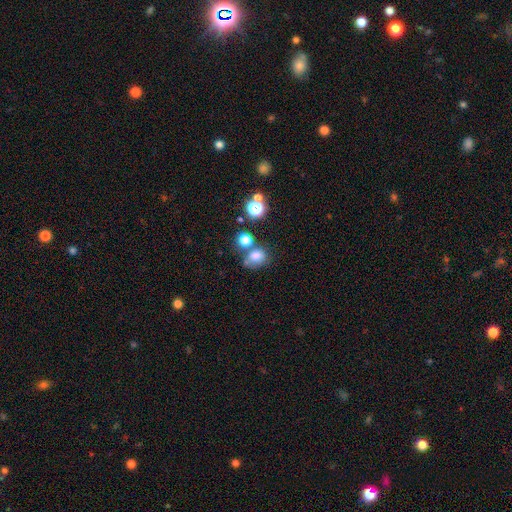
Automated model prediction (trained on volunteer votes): A smooth galaxy with no disk features (74%) that is round (54%). Merging: none (50%).